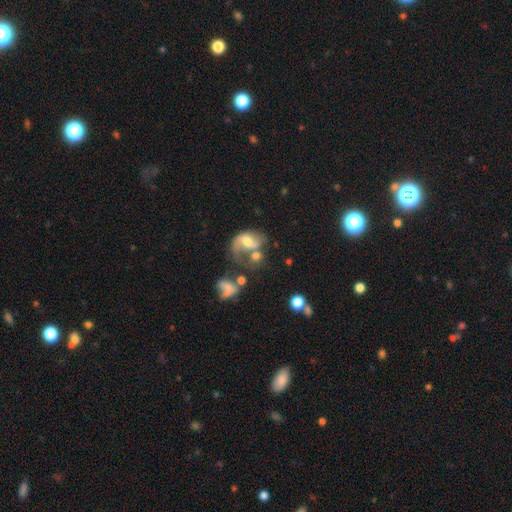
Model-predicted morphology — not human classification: Smooth or featured? Predicted: featured or disk (p=0.51). Edge-on disk? Predicted: no (p=0.96). Merging? Predicted: merger (p=0.46).